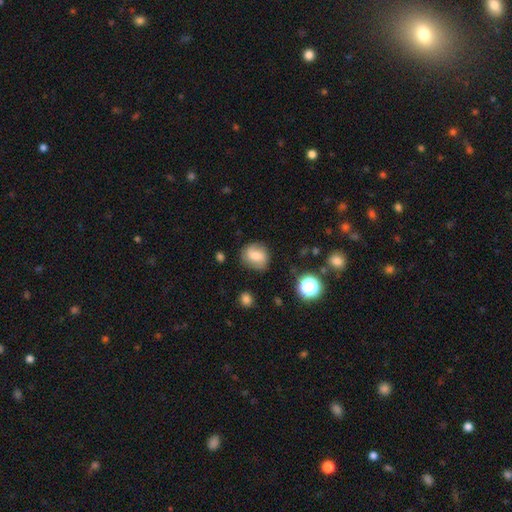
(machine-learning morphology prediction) The model was most divided on "smooth or featured": smooth: 56%, featured or disk: 33%, star or artifact: 11%. More confident: merging — none (73%); how rounded — round (63%).